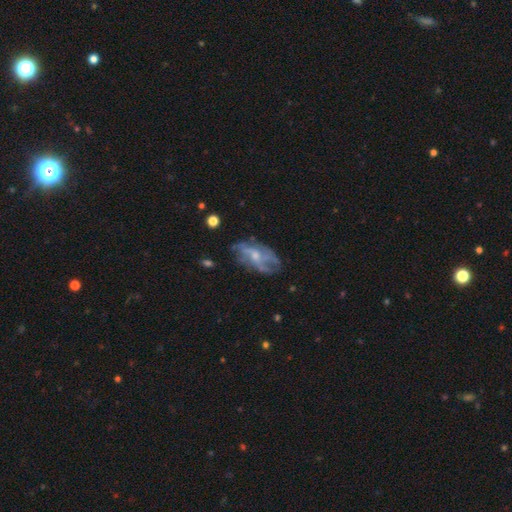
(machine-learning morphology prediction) smooth_or_featured: featured or disk (p=0.72) [alt: smooth p=0.19]
disk_edge_on: no (p=0.94) [alt: yes p=0.06]
bar: no (p=0.65) [alt: weak p=0.29]
has_spiral_arms: yes (p=0.70) [alt: no p=0.30]
bulge_size: small (p=0.53) [alt: moderate p=0.37]
merging: none (p=0.58) [alt: minor disturbance p=0.23]